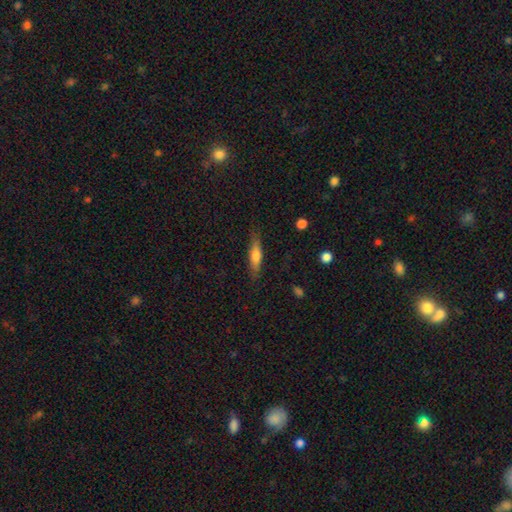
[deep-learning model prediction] This is likely a smooth galaxy (61%). How rounded: likely cigar-shaped (74%). Merging: clearly none (82%).